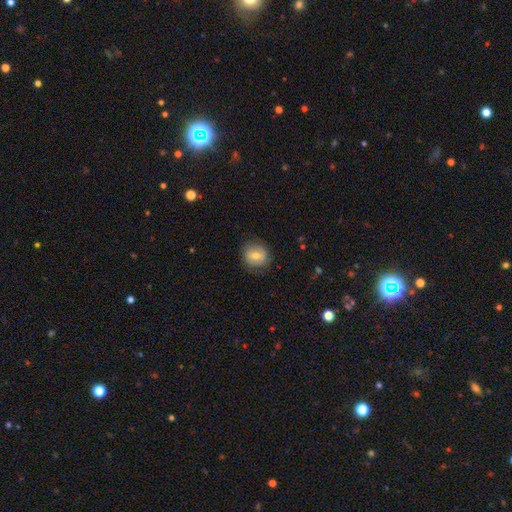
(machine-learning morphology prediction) This is likely a smooth galaxy (64%). How rounded: clearly round (80%). Merging: clearly none (81%).